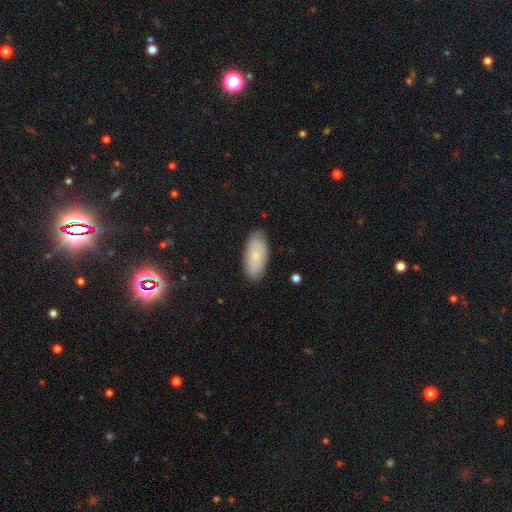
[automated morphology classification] type=smooth (79%); roundness=in between (89%); merging=none (87%).